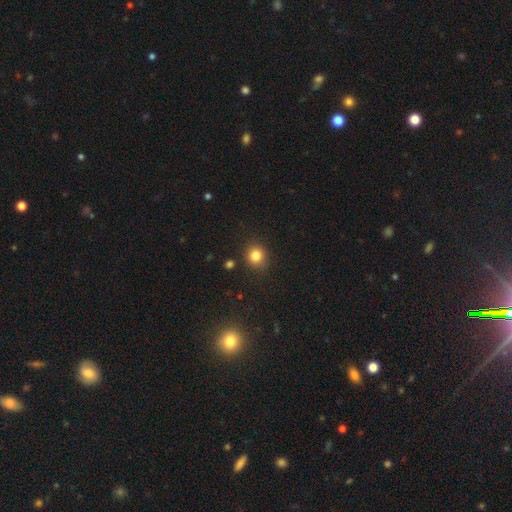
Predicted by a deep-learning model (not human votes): Q: Smooth or featured?
A: smooth (83%); runner-up: star or artifact (12%)
Q: How rounded?
A: round (84%); runner-up: in between (15%)
Q: Merging?
A: none (86%); runner-up: minor disturbance (9%)